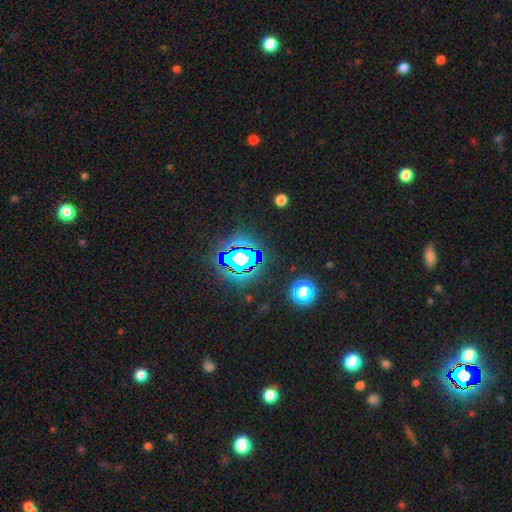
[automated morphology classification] Q: Smooth or featured?
A: star or artifact (82%); runner-up: smooth (11%)